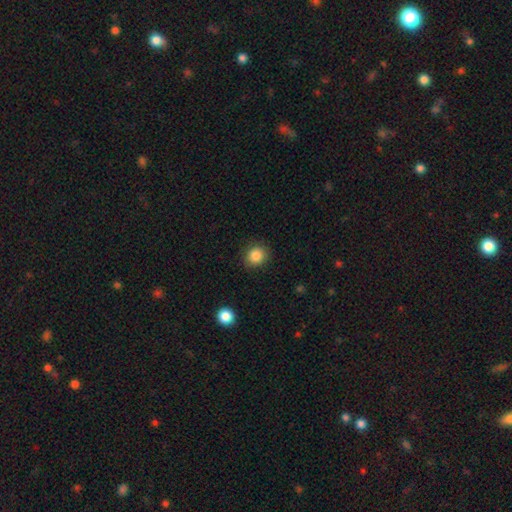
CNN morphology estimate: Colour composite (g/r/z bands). It shows a smooth galaxy with no disk features (86%) that is round (85%). Merging: none (87%).